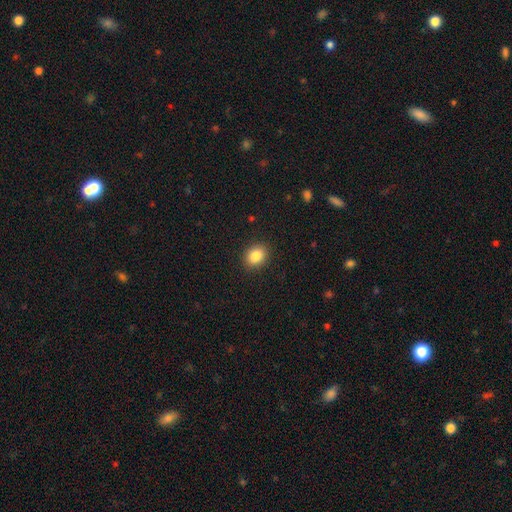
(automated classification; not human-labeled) The model was most divided on "how rounded": in between: 53%, round: 46%, cigar-shaped: 1%. More confident: merging — none (89%); smooth or featured — smooth (85%).